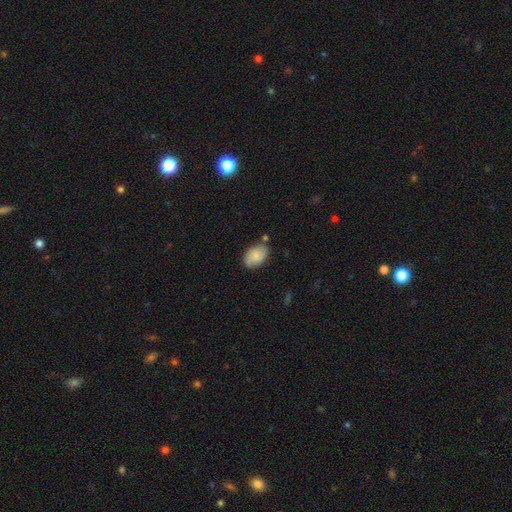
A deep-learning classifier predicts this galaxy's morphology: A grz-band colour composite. It shows a smooth galaxy with no disk features (80%) that is in between round and cigar-shaped (88%). Merging: none (72%).